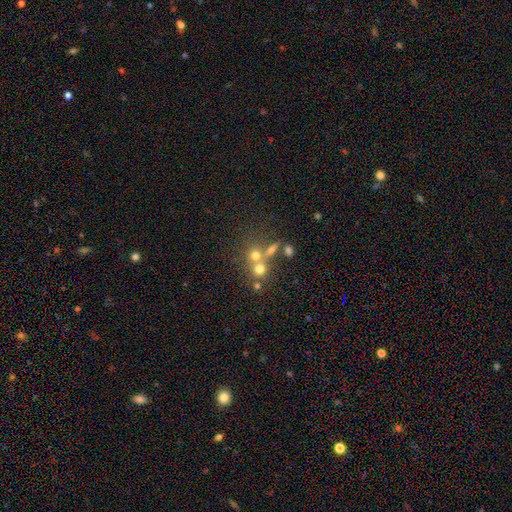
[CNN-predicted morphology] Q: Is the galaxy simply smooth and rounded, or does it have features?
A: smooth — 46%.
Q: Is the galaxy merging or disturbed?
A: merger — 45%.